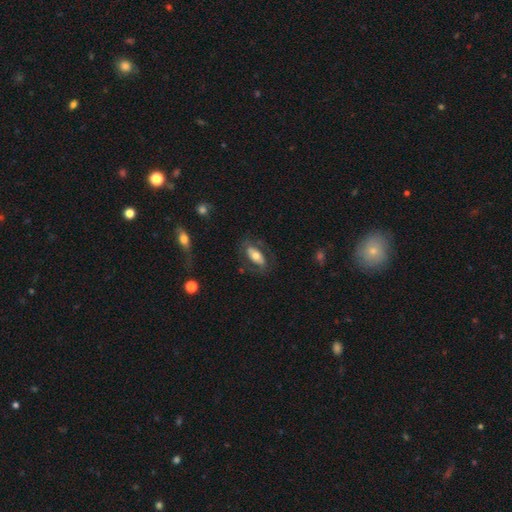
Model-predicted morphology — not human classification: The model was most divided on "smooth or featured": smooth: 52%, featured or disk: 42%, star or artifact: 7%. More confident: how rounded — in between (84%); merging — none (68%).